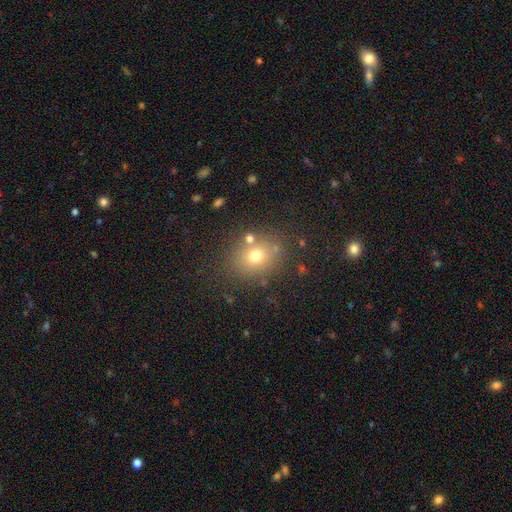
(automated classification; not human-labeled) Overall: smooth (69%). How rounded: round (59%; in between 40%). Merging: none (77%).